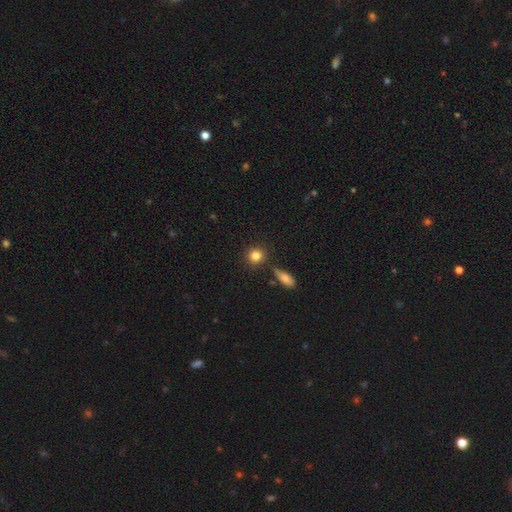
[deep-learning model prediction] smooth_or_featured: smooth (p=0.83) [alt: star or artifact p=0.11]
how_rounded: round (p=0.87) [alt: in between p=0.11]
merging: none (p=0.83) [alt: minor disturbance p=0.08]